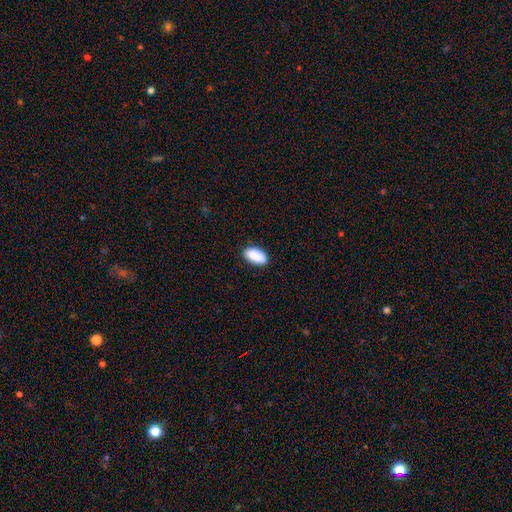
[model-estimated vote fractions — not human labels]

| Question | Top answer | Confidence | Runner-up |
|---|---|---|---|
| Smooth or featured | smooth | 90% | star or artifact (7%) |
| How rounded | in between | 95% | round (3%) |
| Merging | none | 86% | minor disturbance (11%) |